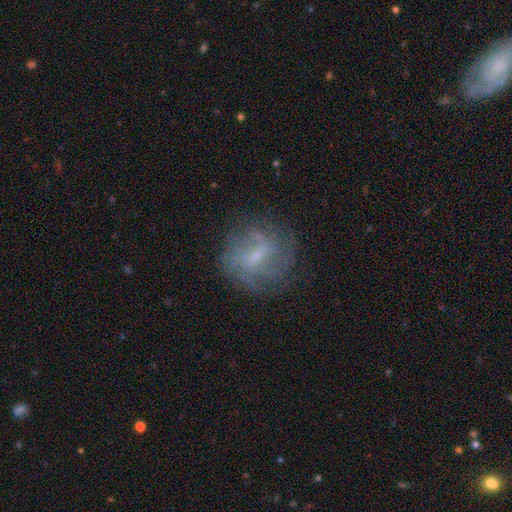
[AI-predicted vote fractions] This is likely a featured or disk galaxy (64%). It is clearly not viewed edge-on (96%). Bar: possibly weak (56%). Spiral arm pattern: likely yes (71%). Central bulge: possibly small (54%). Merging: likely none (69%).